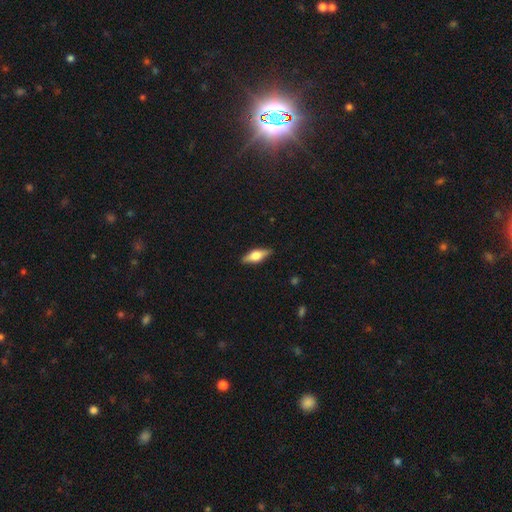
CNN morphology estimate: Smooth or featured? Predicted: smooth (p=0.47, tied with featured or disk). Merging? Predicted: none (p=0.88).